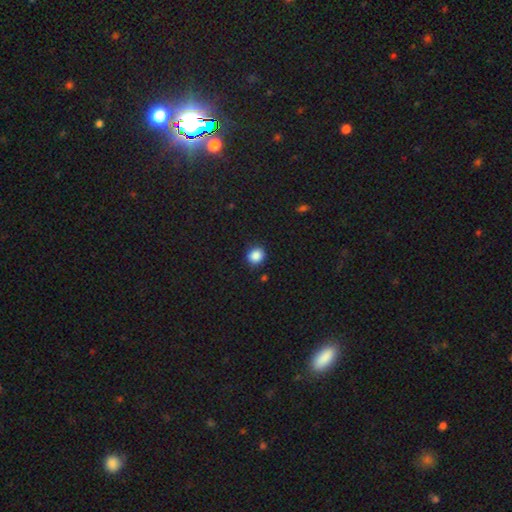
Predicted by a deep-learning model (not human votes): Q: Smooth or featured?
A: smooth (87%); runner-up: star or artifact (10%)
Q: How rounded?
A: round (78%); runner-up: in between (21%)
Q: Merging?
A: none (87%); runner-up: minor disturbance (9%)